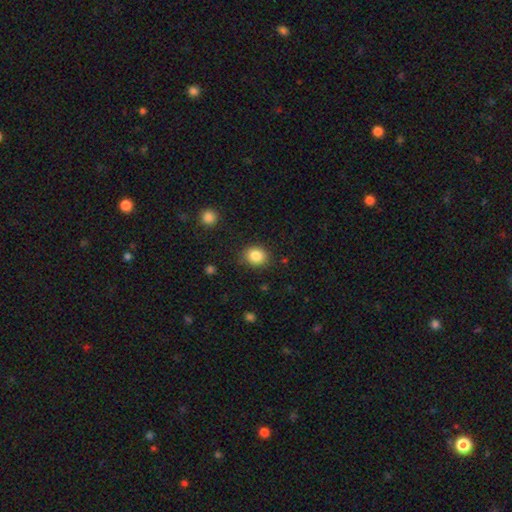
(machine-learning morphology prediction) smooth 85%, star or artifact 10%, featured or disk 5%. Down the decision tree: how rounded — round (68%); merging — none (85%).